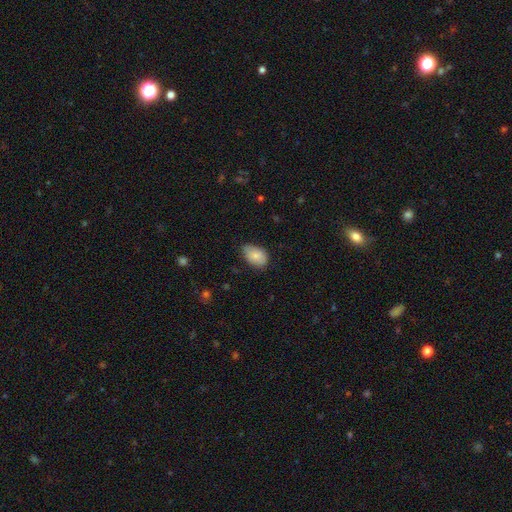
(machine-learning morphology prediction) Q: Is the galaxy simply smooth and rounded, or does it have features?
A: smooth — 79%.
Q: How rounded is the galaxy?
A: in between — 85%.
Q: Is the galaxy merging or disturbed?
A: none — 62%.